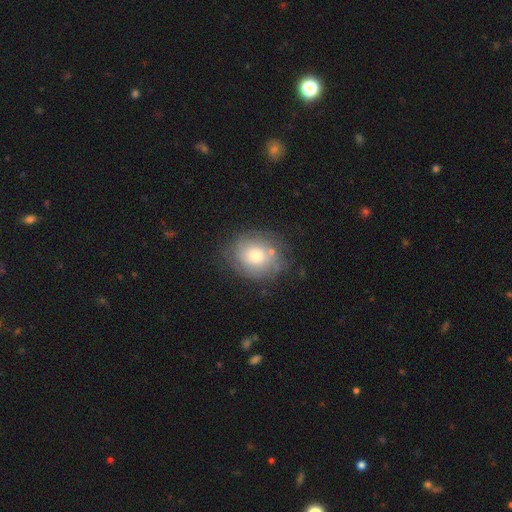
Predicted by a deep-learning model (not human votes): Smooth or featured?
  - smooth: 49% *
  - featured or disk: 41%
  - star or artifact: 10%
Merging?
  - none: 72% *
  - minor disturbance: 18%
  - major disturbance: 7%
  - merger: 4%